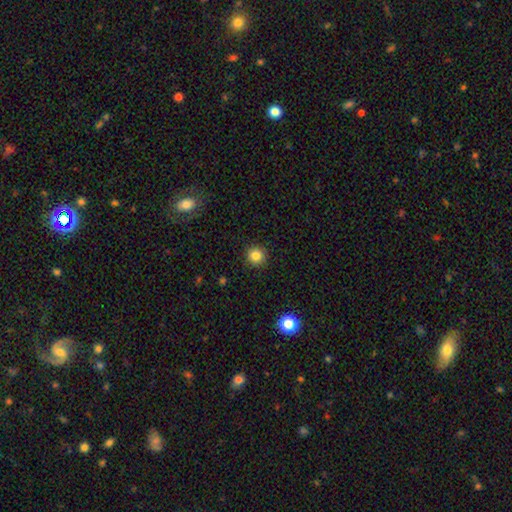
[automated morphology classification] smooth_or_featured: smooth (p=0.84) [alt: star or artifact p=0.11]
how_rounded: round (p=0.93) [alt: in between p=0.06]
merging: none (p=0.92) [alt: minor disturbance p=0.05]